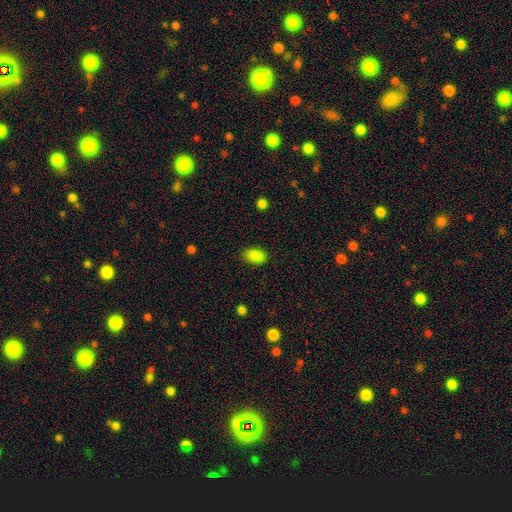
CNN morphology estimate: Smooth or featured?
  - smooth: 87% *
  - star or artifact: 10%
  - featured or disk: 3%
How rounded?
  - in between: 92% *
  - round: 6%
  - cigar-shaped: 2%
Merging?
  - none: 84% *
  - minor disturbance: 12%
  - major disturbance: 3%
  - merger: 1%